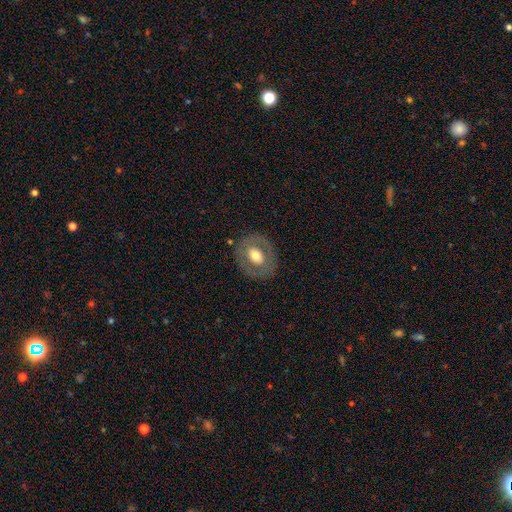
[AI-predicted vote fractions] smooth_or_featured: smooth (p=0.48) [alt: featured or disk p=0.45]
merging: none (p=0.82) [alt: minor disturbance p=0.12]